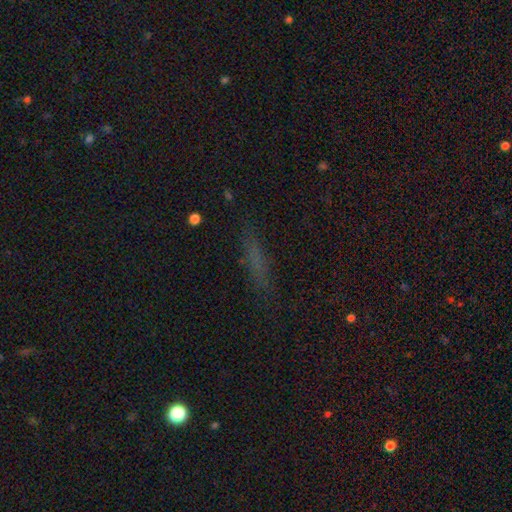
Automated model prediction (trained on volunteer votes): smooth-or-featured: smooth: 50% | featured or disk: 25% | star or artifact: 25%
  how-rounded: cigar-shaped: 82% | in between: 14% | round: 4%
  merging: none: 82% | minor disturbance: 12% | major disturbance: 4% | merger: 2%